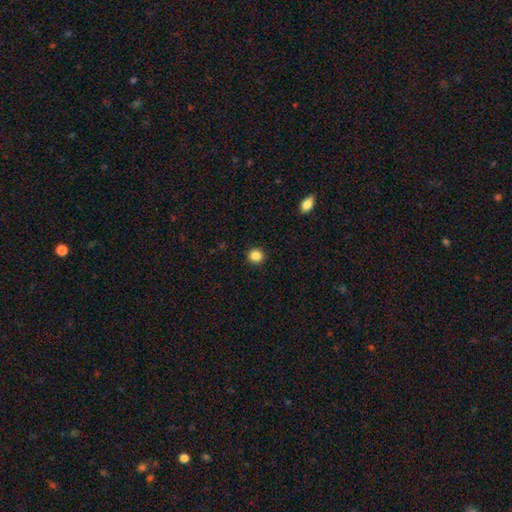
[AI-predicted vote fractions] Smooth or featured: smooth — 87% (star or artifact — 10%)
How rounded: round — 90% (in between — 9%)
Merging: none — 92% (minor disturbance — 5%)